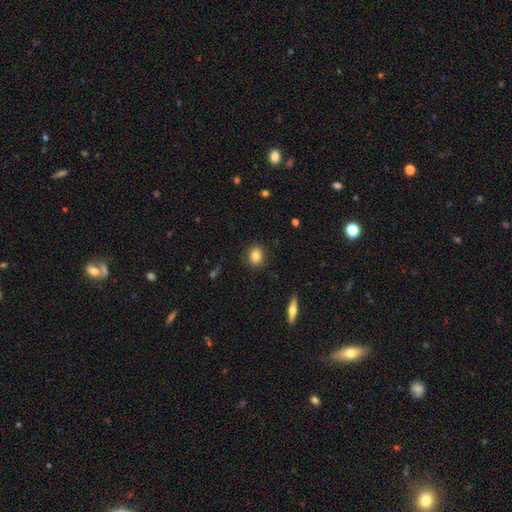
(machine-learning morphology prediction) Smooth or featured?
  - smooth: 80% *
  - featured or disk: 11%
  - star or artifact: 9%
How rounded?
  - round: 58% *
  - in between: 40%
  - cigar-shaped: 2%
Merging?
  - none: 86% *
  - minor disturbance: 11%
  - major disturbance: 3%
  - merger: 1%